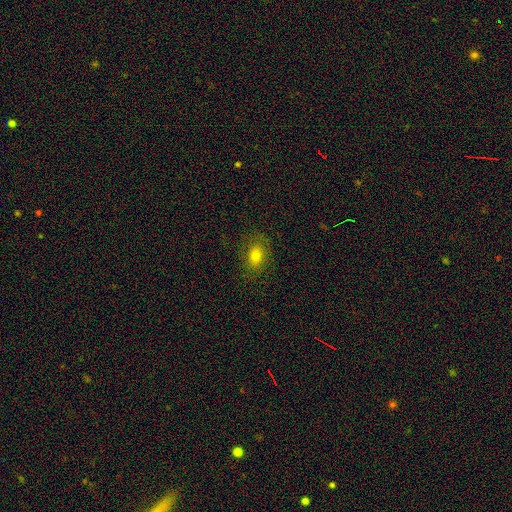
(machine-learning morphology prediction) Q: Smooth or featured?
A: smooth (76%); runner-up: featured or disk (12%)
Q: How rounded?
A: in between (71%); runner-up: round (27%)
Q: Merging?
A: none (81%); runner-up: minor disturbance (13%)